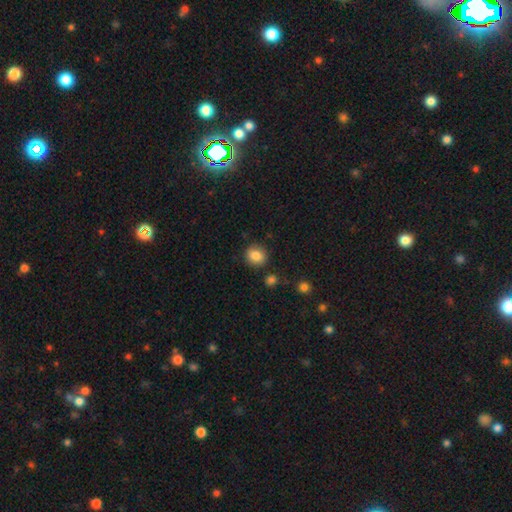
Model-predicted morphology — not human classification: Smooth or featured? smooth (86%)
How rounded? round (78%)
Merging? none (86%)